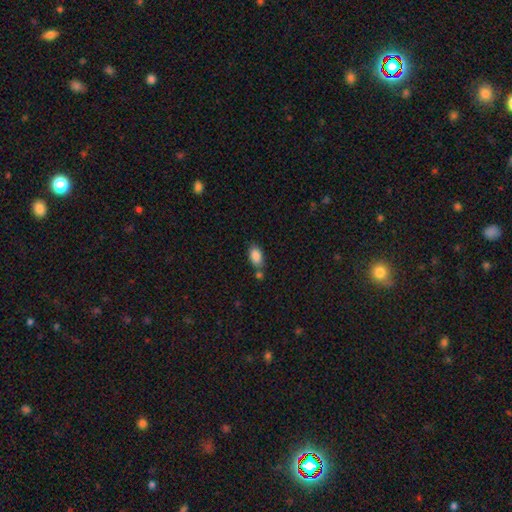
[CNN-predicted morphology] This is clearly a smooth galaxy (87%). How rounded: clearly in between (90%). Merging: possibly none (60%).